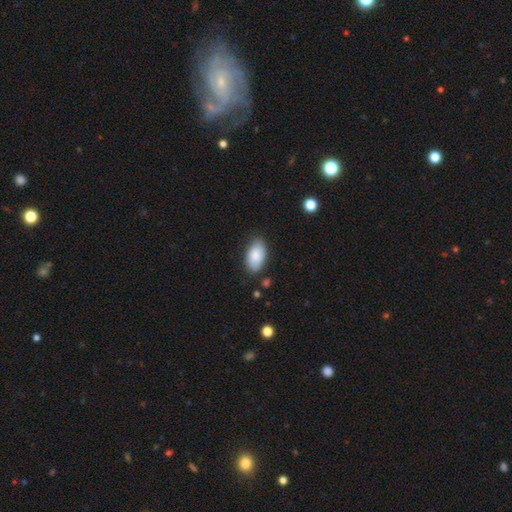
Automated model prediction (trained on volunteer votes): Overall: smooth (87%). How rounded: in between (95%). Merging: none (81%).